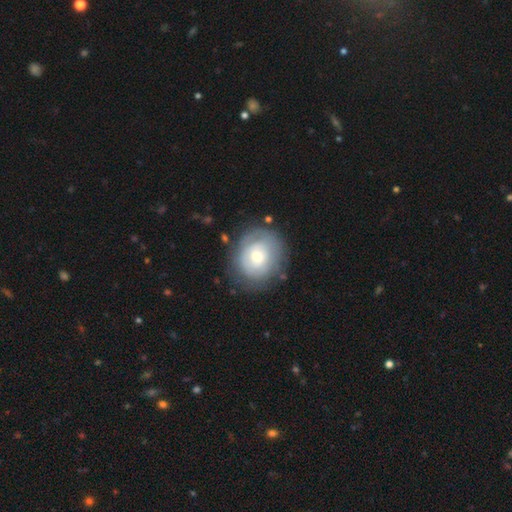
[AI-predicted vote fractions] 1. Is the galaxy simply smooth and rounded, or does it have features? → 48% featured or disk, 45% smooth, 7% star or artifact.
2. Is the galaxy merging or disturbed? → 73% none, 17% minor disturbance, 8% major disturbance, 2% merger.